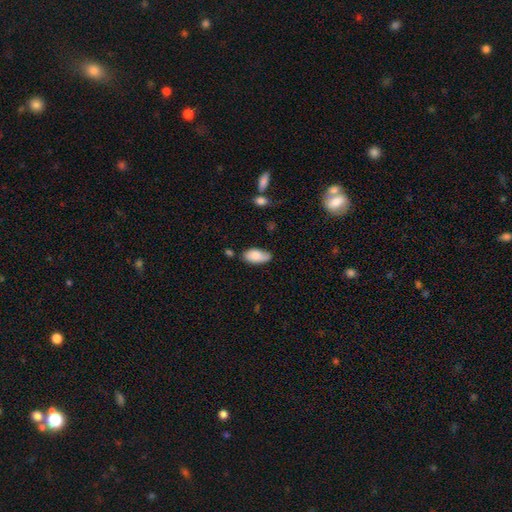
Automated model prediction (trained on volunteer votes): Smooth or featured: smooth — 81% (featured or disk — 12%)
How rounded: in between — 93% (cigar-shaped — 5%)
Merging: none — 65% (minor disturbance — 27%)